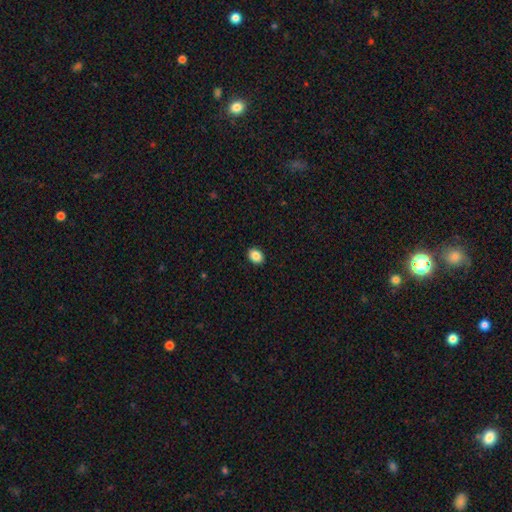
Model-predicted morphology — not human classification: Smooth or featured: smooth — 87% (star or artifact — 9%)
How rounded: in between — 66% (round — 33%)
Merging: none — 91% (minor disturbance — 6%)